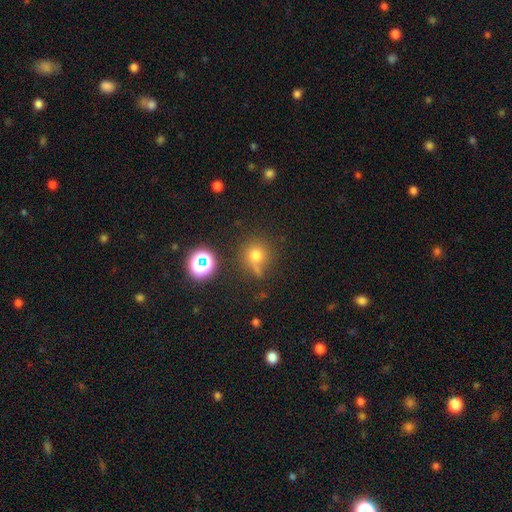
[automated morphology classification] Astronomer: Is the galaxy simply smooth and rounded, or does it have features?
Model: smooth — 68%.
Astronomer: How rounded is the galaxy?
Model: round — 91%.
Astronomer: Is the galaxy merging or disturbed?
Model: none — 66%.